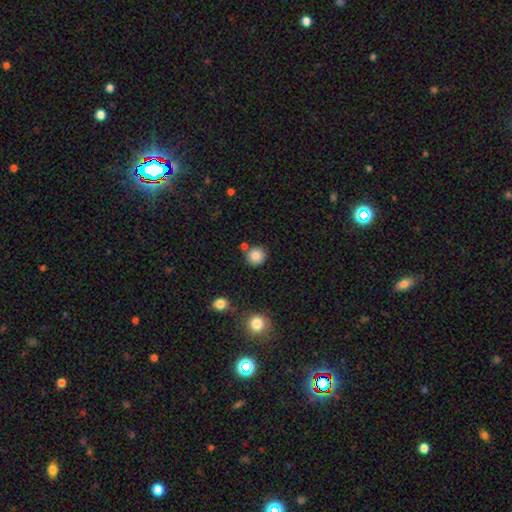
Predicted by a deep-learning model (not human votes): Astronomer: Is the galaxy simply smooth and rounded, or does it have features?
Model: smooth — 86%.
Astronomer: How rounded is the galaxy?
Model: round — 91%.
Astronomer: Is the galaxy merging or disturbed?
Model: none — 82%.